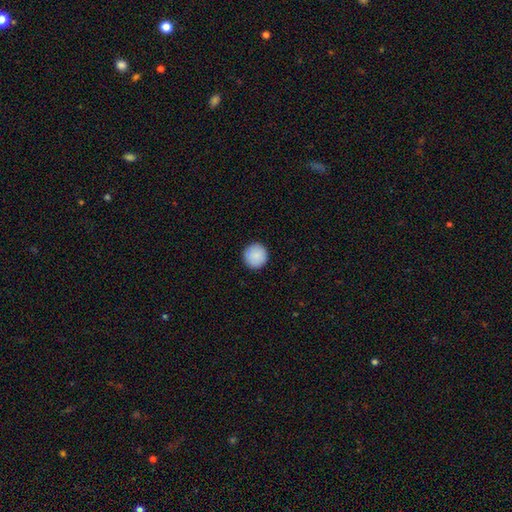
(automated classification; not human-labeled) This is clearly a smooth galaxy (89%). How rounded: clearly round (96%). Merging: clearly none (92%).